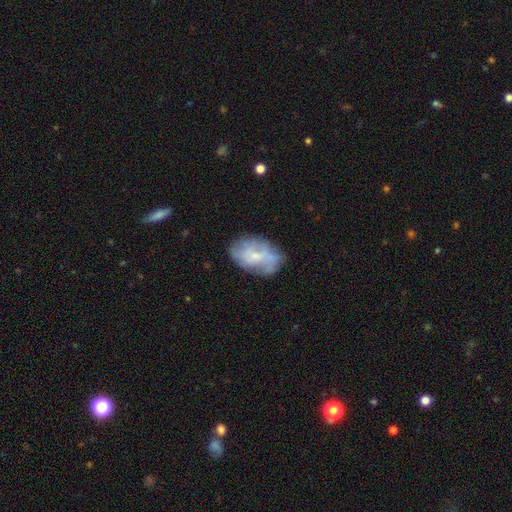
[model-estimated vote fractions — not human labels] smooth_or_featured: featured or disk (p=0.46) [tied with: smooth p=0.46]
merging: none (p=0.61) [alt: minor disturbance p=0.26]